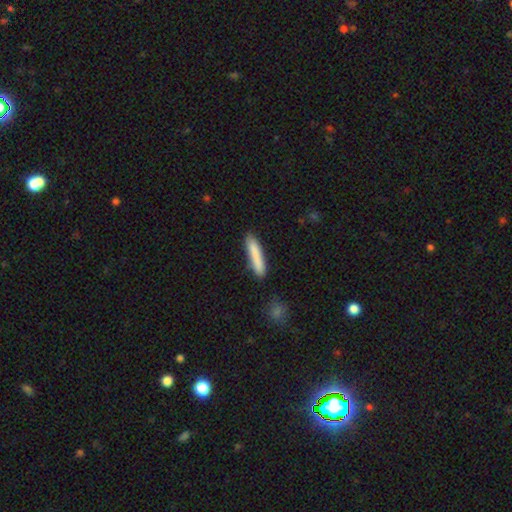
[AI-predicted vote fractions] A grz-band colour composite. It shows a smooth galaxy with no disk features (84%) that is cigar-shaped (91%). Merging: none (85%).